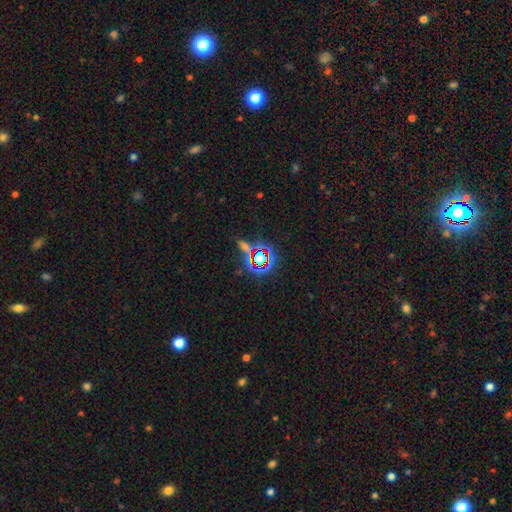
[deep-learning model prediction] Smooth or featured? Predicted: star or artifact (p=0.74).